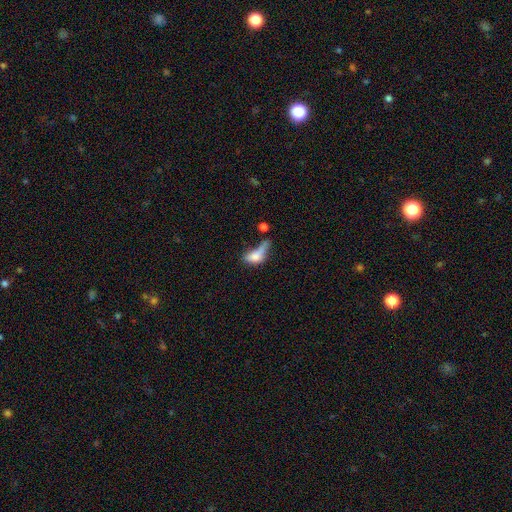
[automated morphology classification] smooth 65%, featured or disk 24%, star or artifact 11%. Down the decision tree: how rounded — in between (74%); merging — major disturbance (40%).